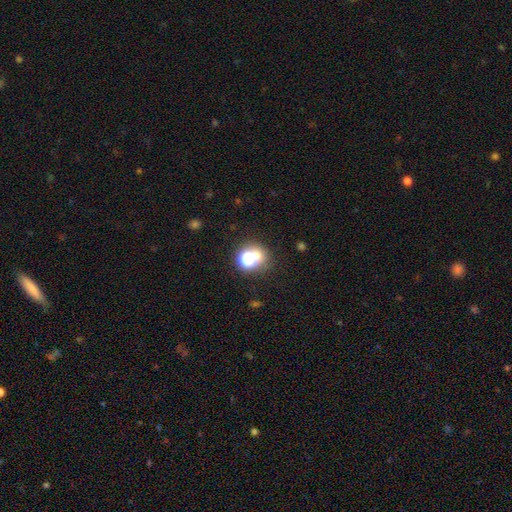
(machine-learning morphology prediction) The model was most divided on "smooth or featured": smooth: 58%, star or artifact: 29%, featured or disk: 12%. More confident: how rounded — round (78%); merging — none (62%).